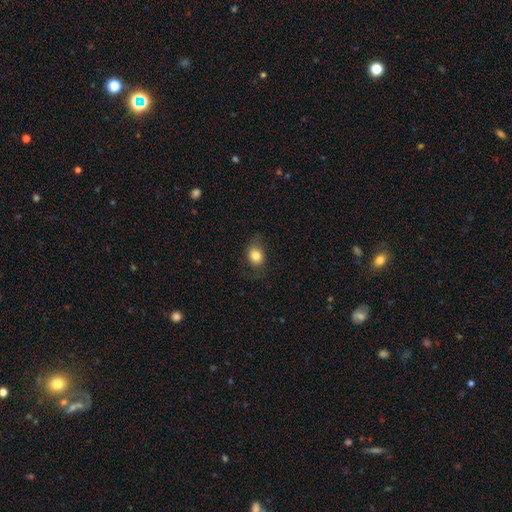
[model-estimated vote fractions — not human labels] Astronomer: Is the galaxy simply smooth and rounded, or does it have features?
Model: smooth — 80%.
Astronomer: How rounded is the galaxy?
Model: round — 58% (runner-up: in between, 41%).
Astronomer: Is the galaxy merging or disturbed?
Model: none — 70%.